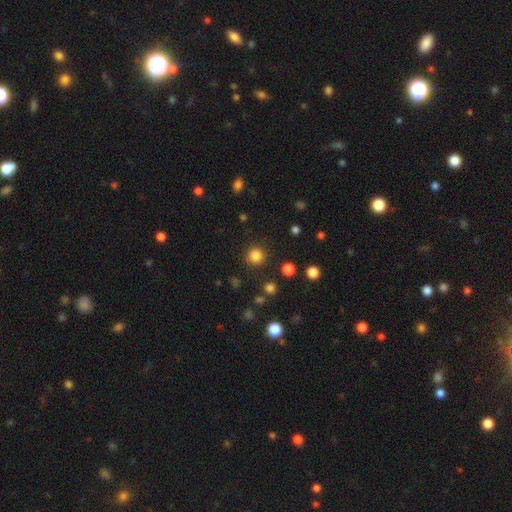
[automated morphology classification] Smooth or featured? smooth (83%)
How rounded? round (95%)
Merging? none (89%)